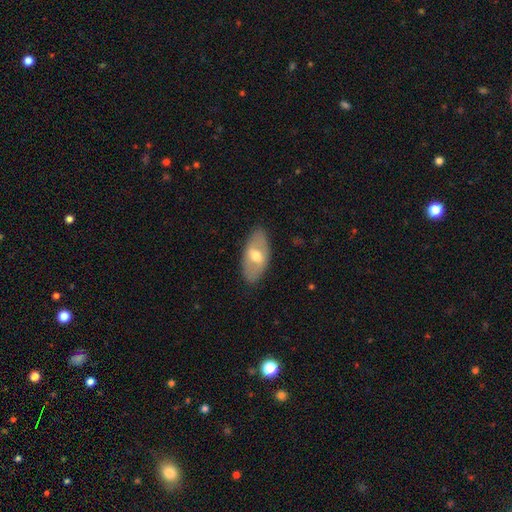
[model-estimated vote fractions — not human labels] smooth_or_featured: smooth (p=0.50) [alt: featured or disk p=0.44]
how_rounded: in between (p=0.91) [alt: cigar-shaped p=0.04]
merging: none (p=0.84) [alt: minor disturbance p=0.12]